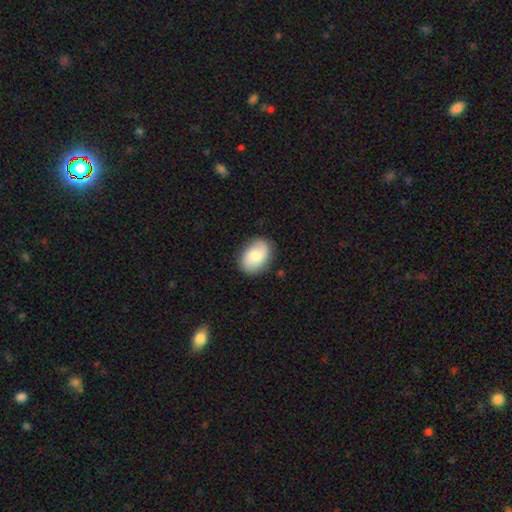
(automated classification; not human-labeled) A smooth galaxy with no disk features (59%) that is in between round and cigar-shaped (77%). Merging: none (84%).